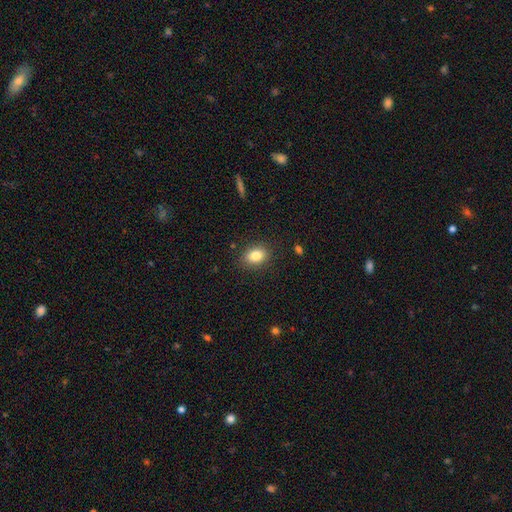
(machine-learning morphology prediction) Smooth or featured? smooth (84%)
How rounded? in between (70%)
Merging? none (87%)